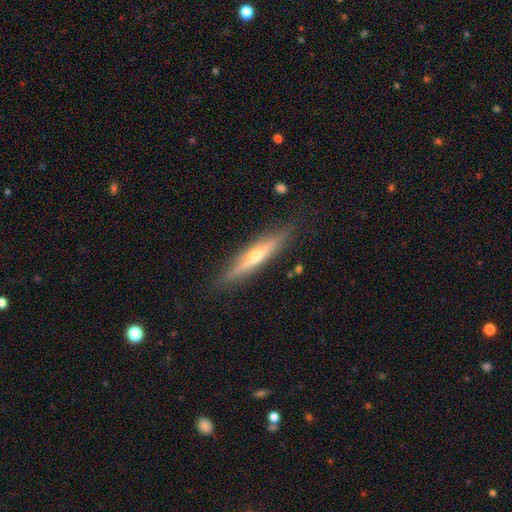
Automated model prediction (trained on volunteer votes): Smooth or featured: featured or disk — 61% (smooth — 32%)
Edge-on disk: yes — 94% (no — 6%)
Edge-on bulge: rounded — 83% (none — 14%)
Merging: none — 88% (minor disturbance — 9%)